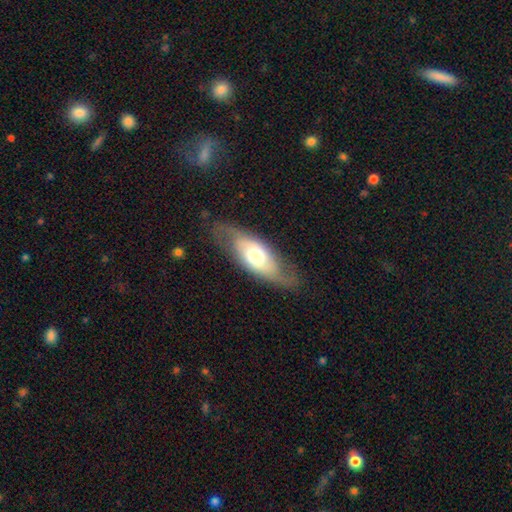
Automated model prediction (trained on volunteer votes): A featured or disk galaxy (53%). Merging: none (74%).